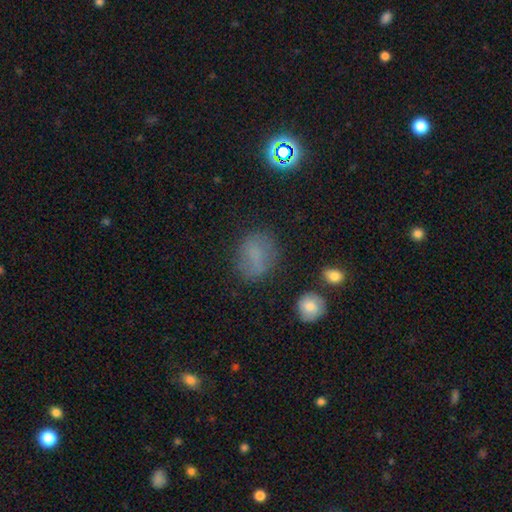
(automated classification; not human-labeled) Morphology: type=smooth (64%); roundness=in between (56%); merging=none (69%).